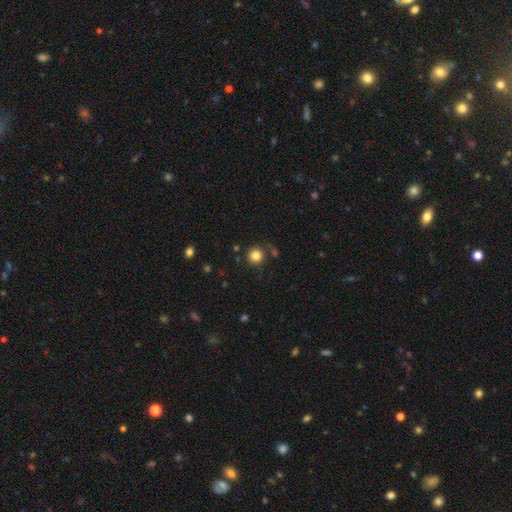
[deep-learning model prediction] Q: Smooth or featured?
A: smooth (83%); runner-up: star or artifact (12%)
Q: How rounded?
A: round (94%); runner-up: in between (5%)
Q: Merging?
A: none (82%); runner-up: minor disturbance (9%)